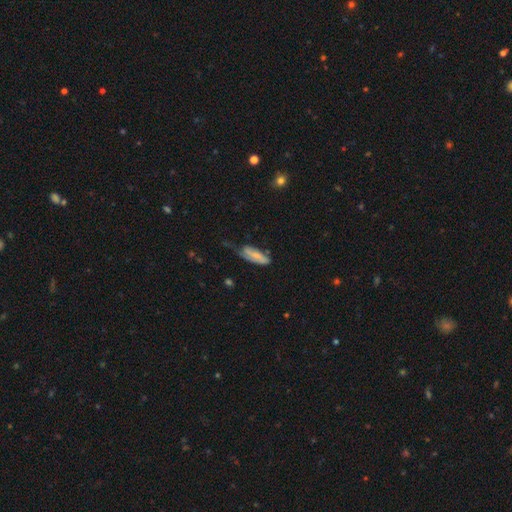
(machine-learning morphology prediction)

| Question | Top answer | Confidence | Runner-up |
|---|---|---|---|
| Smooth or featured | smooth | 60% | featured or disk (33%) |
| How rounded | in between | 68% | cigar-shaped (30%) |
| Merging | minor disturbance | 38% | none (36%) |